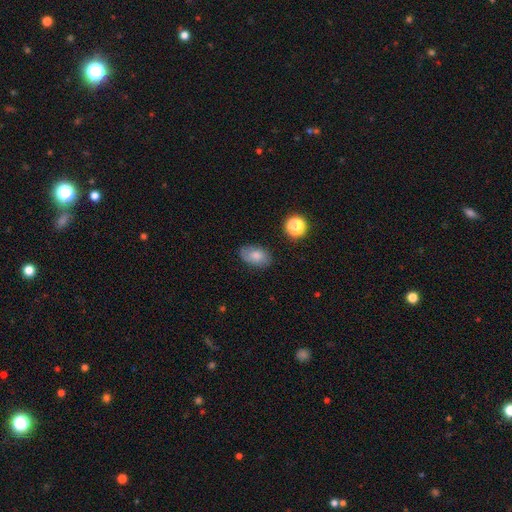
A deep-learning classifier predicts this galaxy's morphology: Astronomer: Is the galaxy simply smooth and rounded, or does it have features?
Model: smooth — 77%.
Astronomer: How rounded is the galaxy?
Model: in between — 89%.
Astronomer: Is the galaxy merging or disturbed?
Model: none — 79%.